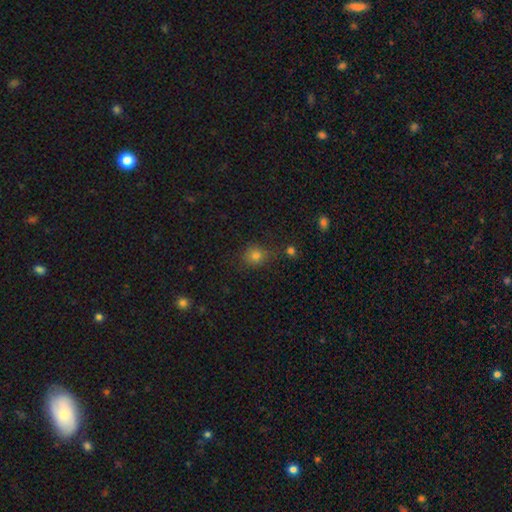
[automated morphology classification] The model was most divided on "how rounded": round: 77%, in between: 21%, cigar-shaped: 1%. More confident: smooth or featured — smooth (76%); merging — none (75%).